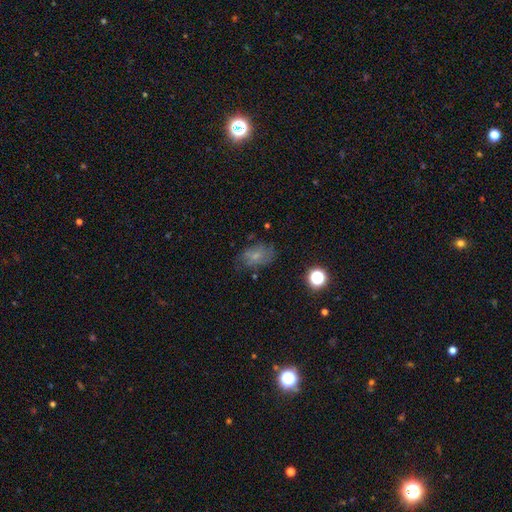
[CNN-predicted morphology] smooth-or-featured: smooth: 57% | featured or disk: 28% | star or artifact: 15%
  how-rounded: in between: 83% | round: 15% | cigar-shaped: 2%
  merging: none: 57% | minor disturbance: 26% | major disturbance: 14% | merger: 3%